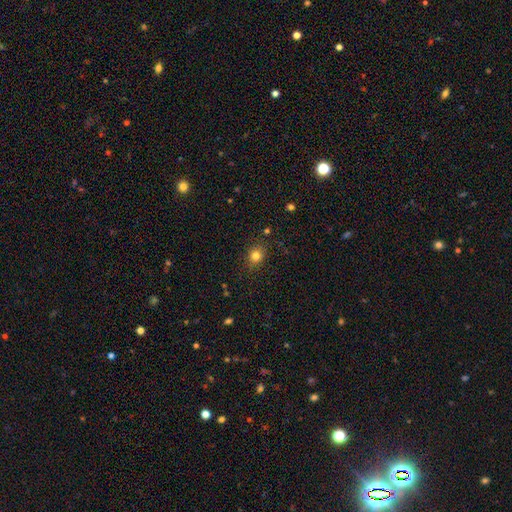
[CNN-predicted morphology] smooth-or-featured: smooth: 81% | star or artifact: 13% | featured or disk: 6%
  how-rounded: round: 71% | in between: 28% | cigar-shaped: 1%
  merging: none: 84% | minor disturbance: 11% | major disturbance: 3% | merger: 2%